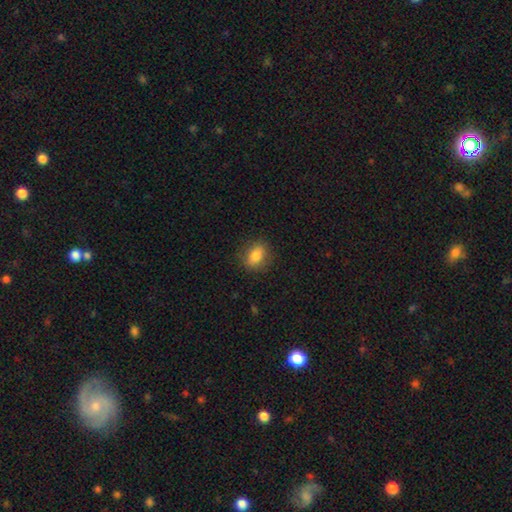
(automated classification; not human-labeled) smooth 81%, featured or disk 10%, star or artifact 9%. Down the decision tree: how rounded — in between (67%); merging — none (84%).